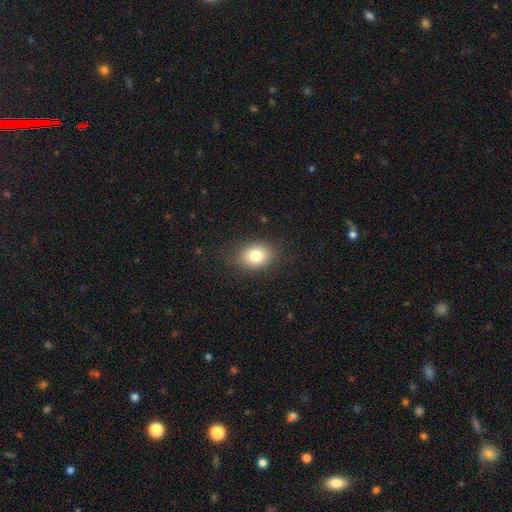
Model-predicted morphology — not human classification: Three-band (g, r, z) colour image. It shows a smooth galaxy with no disk features (81%) that is in between round and cigar-shaped (66%). Merging: none (83%).